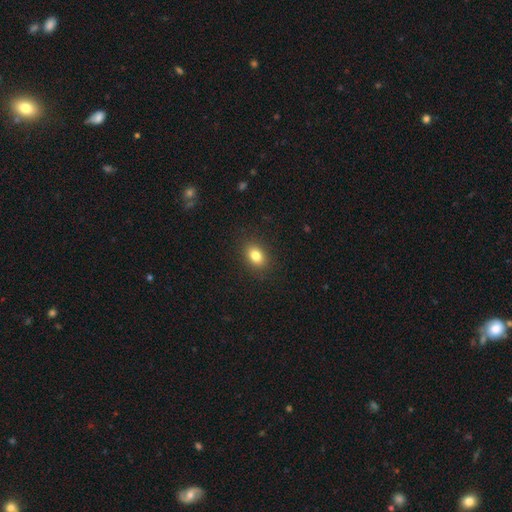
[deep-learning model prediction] Smooth or featured?
  - smooth: 81% *
  - star or artifact: 10%
  - featured or disk: 9%
How rounded?
  - in between: 74% *
  - round: 25%
  - cigar-shaped: 1%
Merging?
  - none: 88% *
  - minor disturbance: 8%
  - major disturbance: 2%
  - merger: 1%